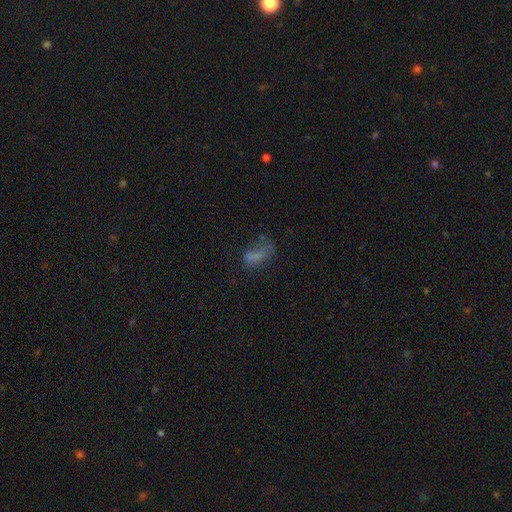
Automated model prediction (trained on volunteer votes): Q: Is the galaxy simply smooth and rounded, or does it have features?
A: smooth — 55%.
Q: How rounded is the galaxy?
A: in between — 81%.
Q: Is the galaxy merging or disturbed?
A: major disturbance — 36%.